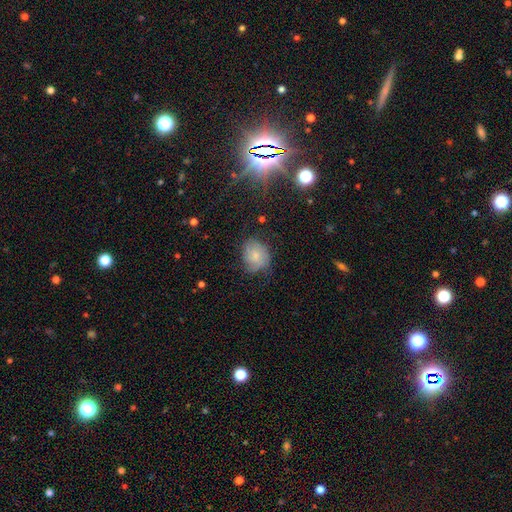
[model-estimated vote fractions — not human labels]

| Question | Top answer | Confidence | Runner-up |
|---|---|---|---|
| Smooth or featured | smooth | 52% | featured or disk (38%) |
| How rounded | round | 53% | in between (46%) |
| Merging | none | 60% | minor disturbance (28%) |